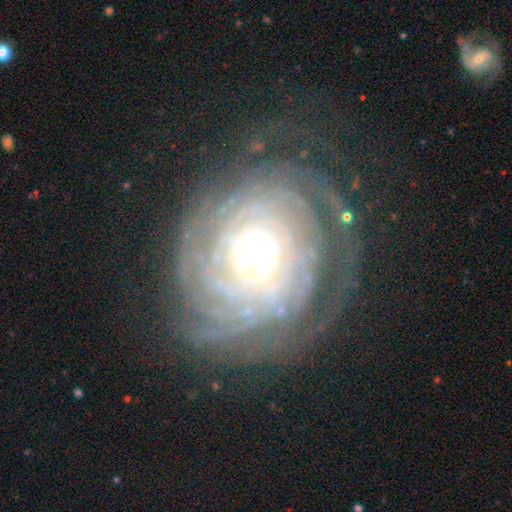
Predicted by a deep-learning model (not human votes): A featured or disk galaxy (85%) with no bar (71%), tight (83%) spiral arms (94%) and a moderate central bulge (66%).

Vote fractions:
- Smooth or featured? featured or disk: 85% / smooth: 8% / star or artifact: 7%
- Edge-on disk? no: 96% / yes: 4%
- Bar? no: 71% / weak: 20% / strong: 9%
- Spiral arms? yes: 94% / no: 6%
- Spiral winding? tight: 83% / medium: 13% / loose: 4%
- Spiral arm count? can't tell: 34% / more than 4: 25% / 4: 13% / 3: 11% / 2: 10% / 1: 8%
- Bulge size? moderate: 66% / large: 18% / small: 14% / dominant: 2% / none: 1%
- Merging? none: 74% / minor disturbance: 15% / major disturbance: 9% / merger: 2%